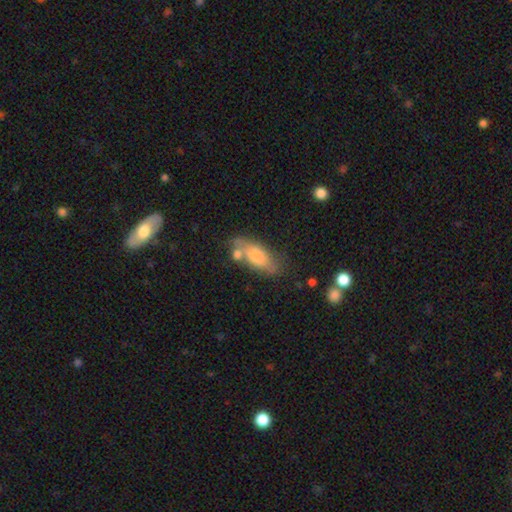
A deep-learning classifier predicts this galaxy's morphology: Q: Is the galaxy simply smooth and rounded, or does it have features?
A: smooth — 71%.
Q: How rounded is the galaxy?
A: in between — 76%.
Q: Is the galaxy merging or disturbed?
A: none — 53%.